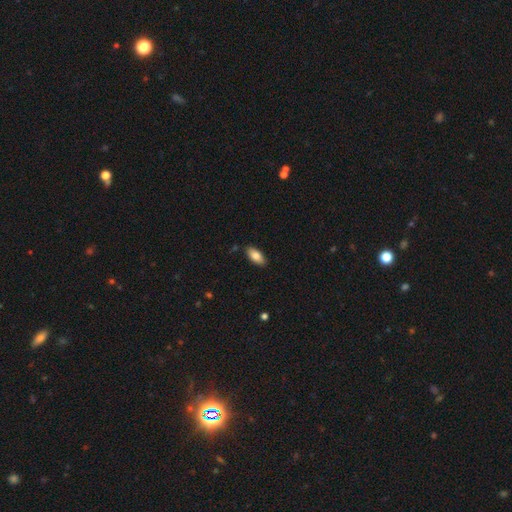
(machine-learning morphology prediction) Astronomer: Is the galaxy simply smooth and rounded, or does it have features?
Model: smooth — 81%.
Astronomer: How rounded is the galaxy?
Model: in between — 91%.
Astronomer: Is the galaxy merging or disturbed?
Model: none — 87%.